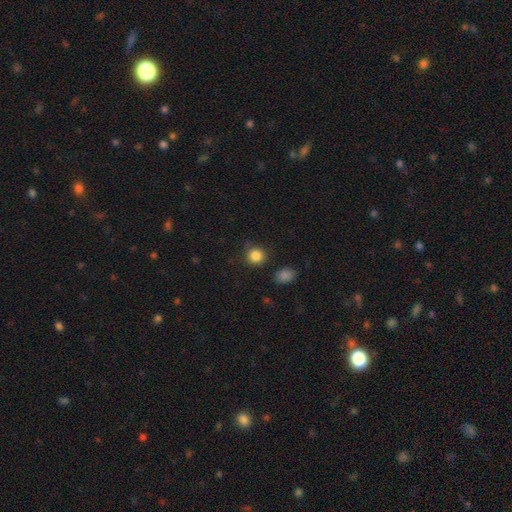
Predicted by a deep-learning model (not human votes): Morphology: type=smooth (85%); roundness=round (90%); merging=none (82%).